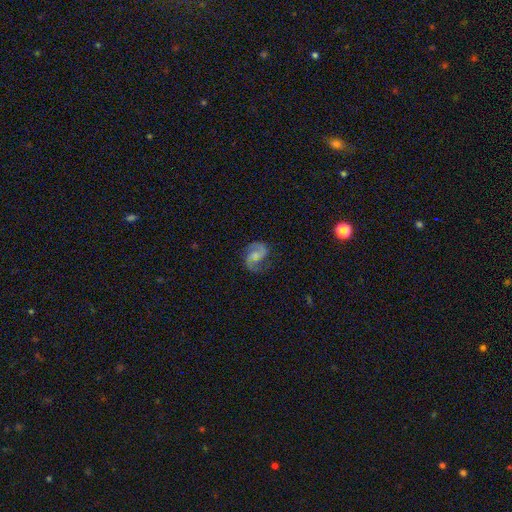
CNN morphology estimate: Smooth or featured? Predicted: featured or disk (p=0.75). Edge-on disk? Predicted: no (p=0.98). Bar? Predicted: weak (p=0.49). Spiral arms? Predicted: yes (p=0.93). Spiral winding? Predicted: medium (p=0.48). Spiral arm count? Predicted: 2 (p=0.88). Bulge size? Predicted: small (p=0.41). Merging? Predicted: none (p=0.66).